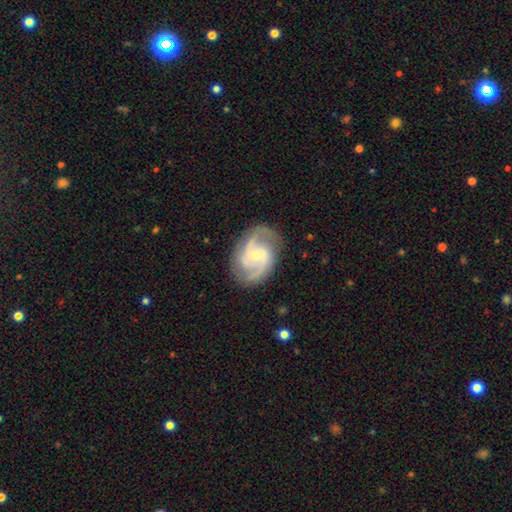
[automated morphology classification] Q: Smooth or featured?
A: featured or disk (89%); runner-up: smooth (6%)
Q: Edge-on disk?
A: no (98%); runner-up: yes (2%)
Q: Bar?
A: no (49%); runner-up: weak (42%)
Q: Spiral arms?
A: yes (98%); runner-up: no (2%)
Q: Spiral winding?
A: medium (57%); runner-up: tight (29%)
Q: Spiral arm count?
A: 2 (71%); runner-up: 3 (16%)
Q: Bulge size?
A: small (67%); runner-up: moderate (29%)
Q: Merging?
A: none (80%); runner-up: minor disturbance (14%)